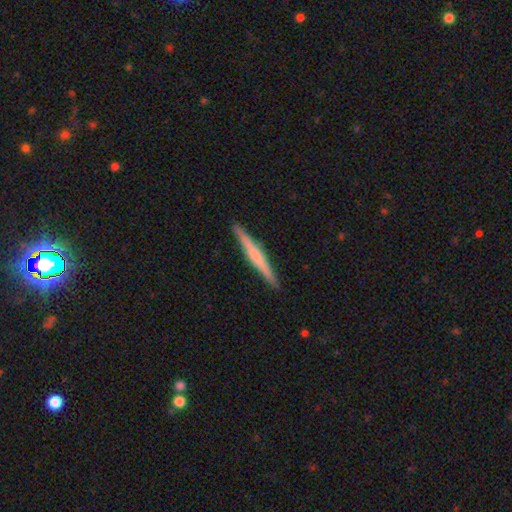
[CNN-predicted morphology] featured or disk 52%, smooth 43%, star or artifact 5%. Down the decision tree: edge-on disk — yes (98%); edge-on bulge — none (49%); merging — none (91%).